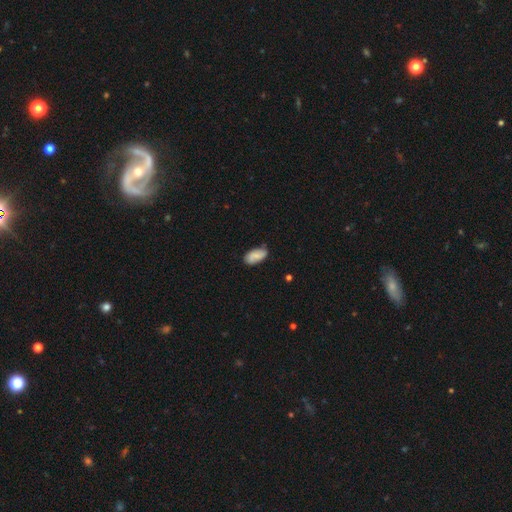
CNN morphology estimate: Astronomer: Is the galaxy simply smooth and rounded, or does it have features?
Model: smooth — 71%.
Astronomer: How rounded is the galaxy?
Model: in between — 93%.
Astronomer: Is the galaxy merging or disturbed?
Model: none — 71%.